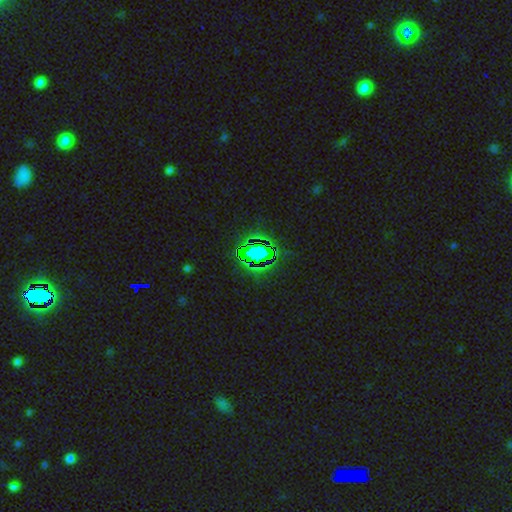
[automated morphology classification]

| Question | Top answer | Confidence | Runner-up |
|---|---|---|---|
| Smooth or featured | star or artifact | 71% | smooth (17%) |